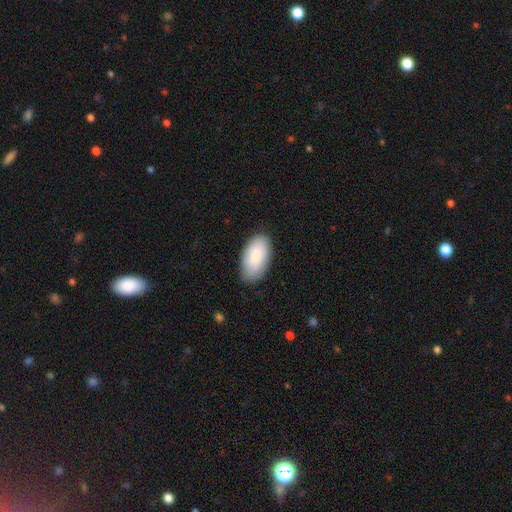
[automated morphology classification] smooth_or_featured: smooth (p=0.83) [alt: featured or disk p=0.11]
how_rounded: in between (p=0.96) [alt: round p=0.02]
merging: none (p=0.85) [alt: minor disturbance p=0.12]